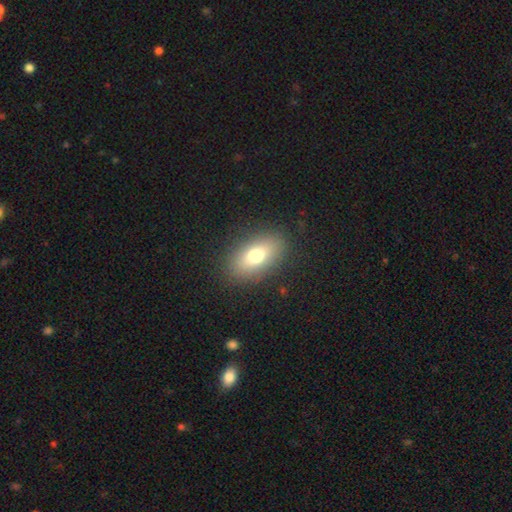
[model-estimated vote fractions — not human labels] Smooth or featured? smooth (73%)
How rounded? in between (86%)
Merging? none (87%)